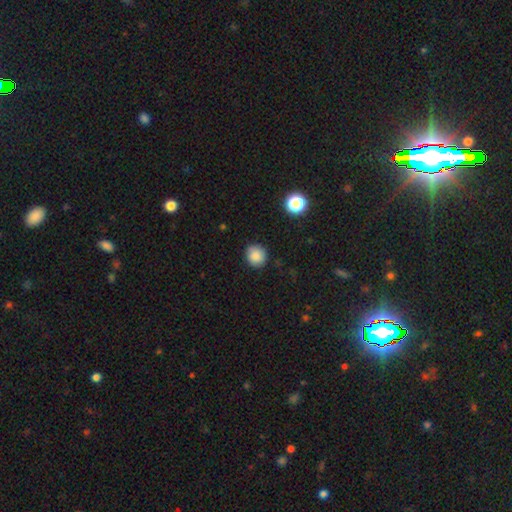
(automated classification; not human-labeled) The model was most divided on "smooth or featured": smooth: 86%, star or artifact: 10%, featured or disk: 4%. More confident: how rounded — round (89%); merging — none (87%).